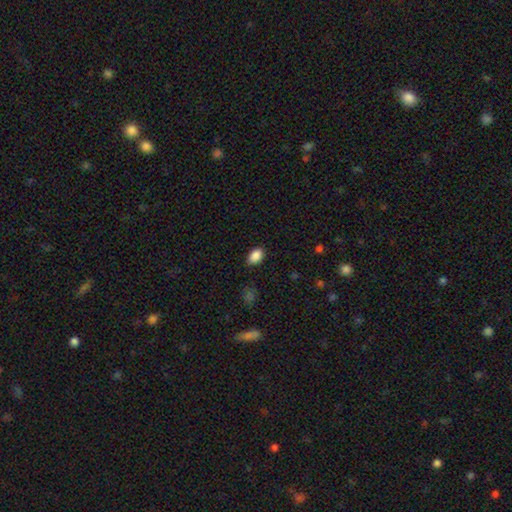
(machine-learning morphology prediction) A smooth galaxy with no disk features (88%) that is in between round and cigar-shaped (87%).

Vote fractions:
- Smooth or featured? smooth: 88% / star or artifact: 8% / featured or disk: 4%
- How rounded? in between: 87% / round: 12% / cigar-shaped: 1%
- Merging? none: 83% / minor disturbance: 13% / major disturbance: 3% / merger: 1%